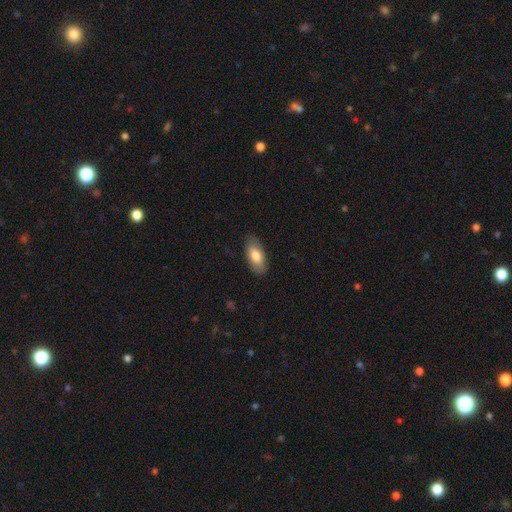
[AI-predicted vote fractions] This is likely a smooth galaxy (77%). How rounded: clearly in between (89%). Merging: clearly none (83%).